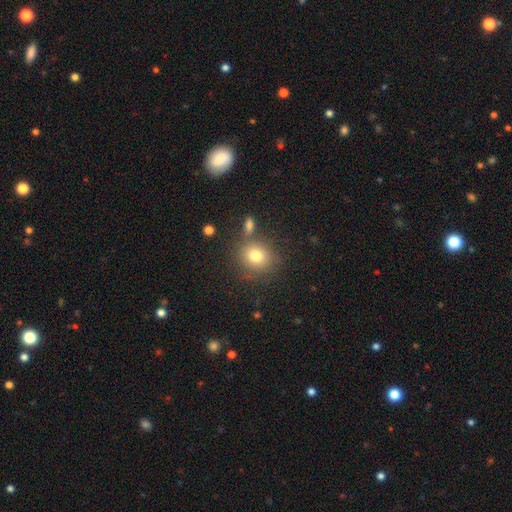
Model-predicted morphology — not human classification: Smooth or featured? Predicted: smooth (p=0.77). How rounded? Predicted: round (p=0.80). Merging? Predicted: none (p=0.73).